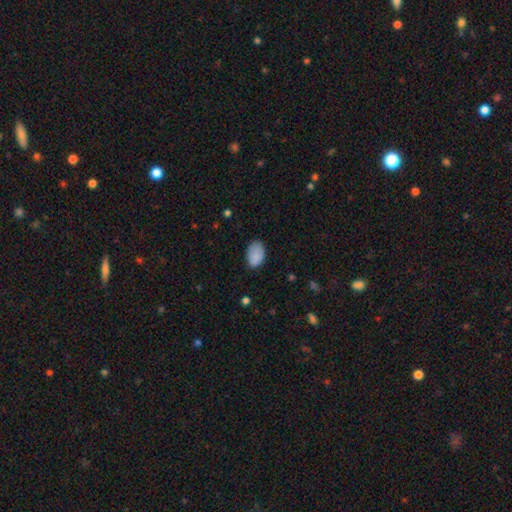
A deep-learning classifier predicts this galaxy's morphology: Smooth or featured: smooth — 86% (star or artifact — 7%)
How rounded: in between — 90% (round — 9%)
Merging: none — 74% (minor disturbance — 21%)